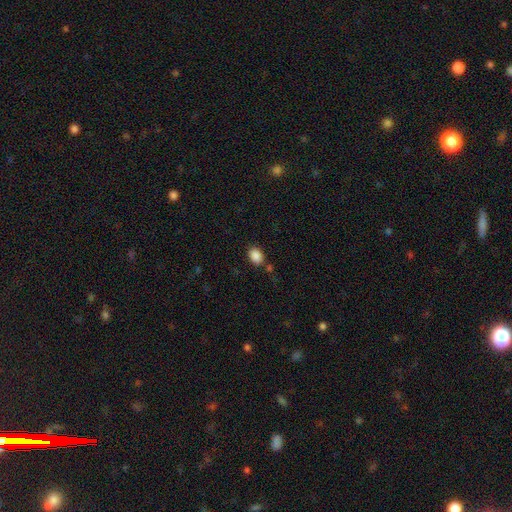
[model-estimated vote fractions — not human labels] Smooth or featured?
  - smooth: 87% *
  - star or artifact: 9%
  - featured or disk: 3%
How rounded?
  - in between: 75% *
  - round: 24%
  - cigar-shaped: 1%
Merging?
  - none: 79% *
  - minor disturbance: 12%
  - merger: 6%
  - major disturbance: 3%